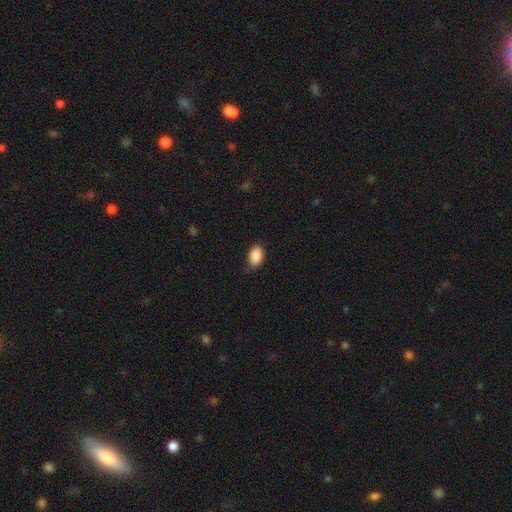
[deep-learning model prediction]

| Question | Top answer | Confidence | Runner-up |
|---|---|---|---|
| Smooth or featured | smooth | 89% | star or artifact (7%) |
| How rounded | in between | 86% | round (13%) |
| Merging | none | 79% | minor disturbance (17%) |